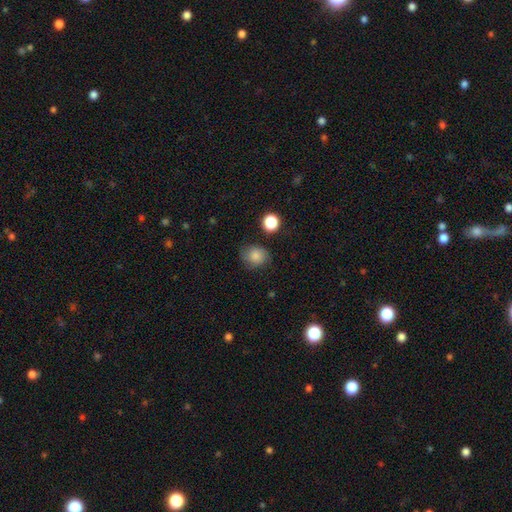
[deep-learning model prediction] smooth-or-featured: smooth: 83% | star or artifact: 10% | featured or disk: 7%
  how-rounded: round: 70% | in between: 29% | cigar-shaped: 1%
  merging: none: 70% | minor disturbance: 21% | major disturbance: 6% | merger: 3%